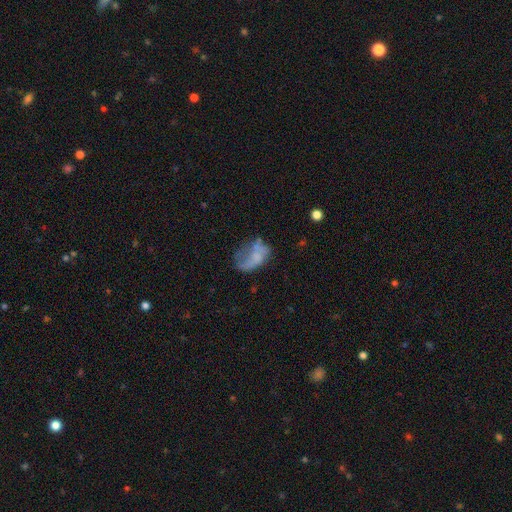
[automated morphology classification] A featured or disk galaxy (49%). Merging: none (34%, tied with major disturbance).